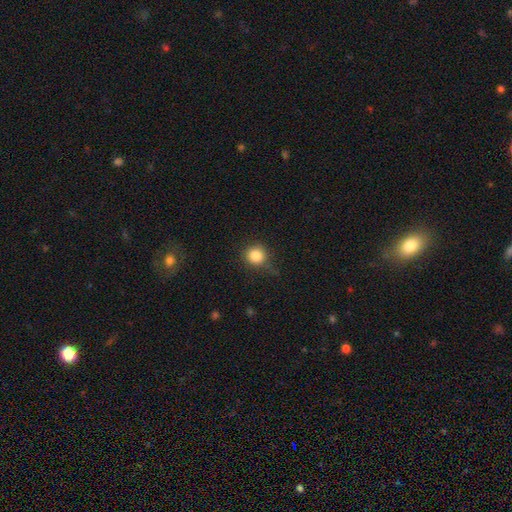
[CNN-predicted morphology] smooth-or-featured: smooth: 84% | star or artifact: 11% | featured or disk: 6%
  how-rounded: round: 92% | in between: 7% | cigar-shaped: 1%
  merging: none: 72% | minor disturbance: 20% | major disturbance: 6% | merger: 2%